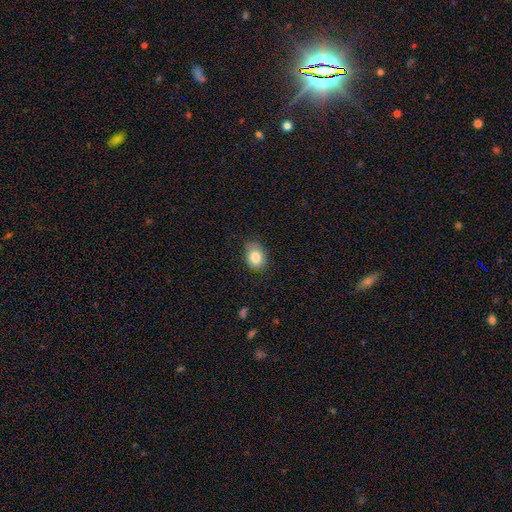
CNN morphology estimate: A smooth galaxy with no disk features (84%) that is in between round and cigar-shaped (70%).

Vote fractions:
- Smooth or featured? smooth: 84% / star or artifact: 8% / featured or disk: 8%
- How rounded? in between: 70% / round: 29% / cigar-shaped: 1%
- Merging? none: 73% / minor disturbance: 22% / major disturbance: 4% / merger: 1%